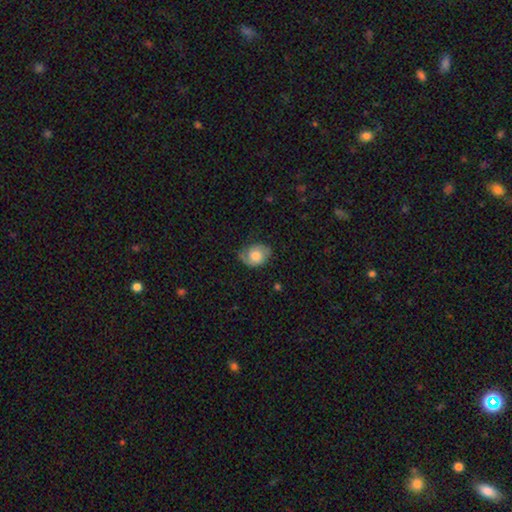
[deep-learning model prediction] This appears to be a featured or disk galaxy (49%). Merging: none (64%).